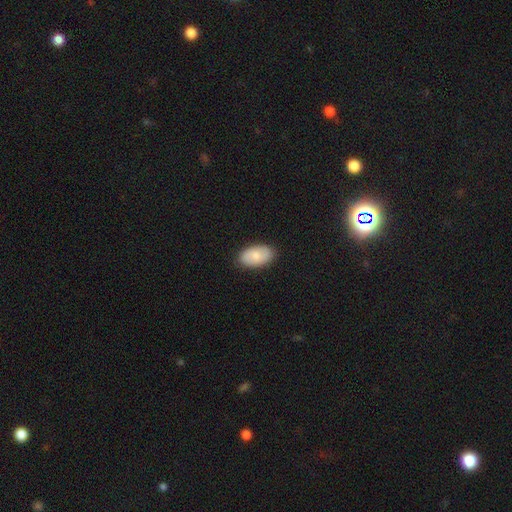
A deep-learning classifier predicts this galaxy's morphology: smooth_or_featured: smooth (p=0.75) [alt: featured or disk p=0.20]
how_rounded: in between (p=0.94) [alt: round p=0.05]
merging: none (p=0.87) [alt: minor disturbance p=0.10]